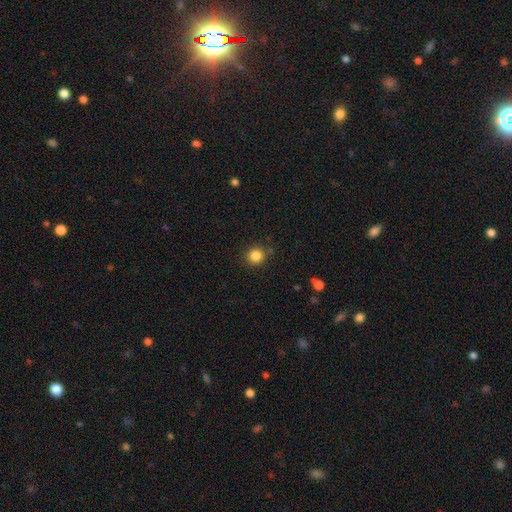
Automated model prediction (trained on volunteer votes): smooth 85%, star or artifact 11%, featured or disk 4%. Down the decision tree: how rounded — round (90%); merging — none (85%).